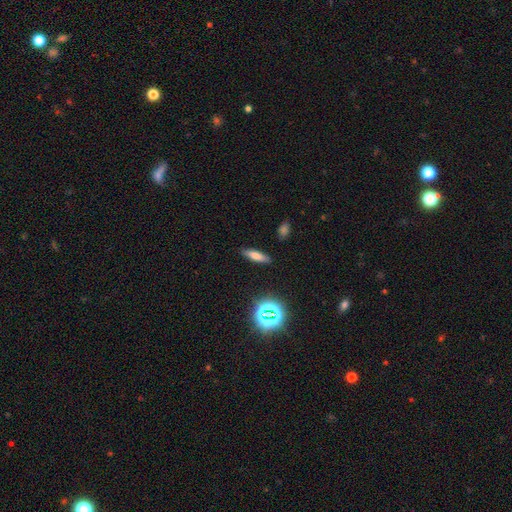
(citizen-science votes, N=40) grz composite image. It shows a smooth galaxy with no disk features (65%) that is cigar-shaped (65%). Merging: none (89%).